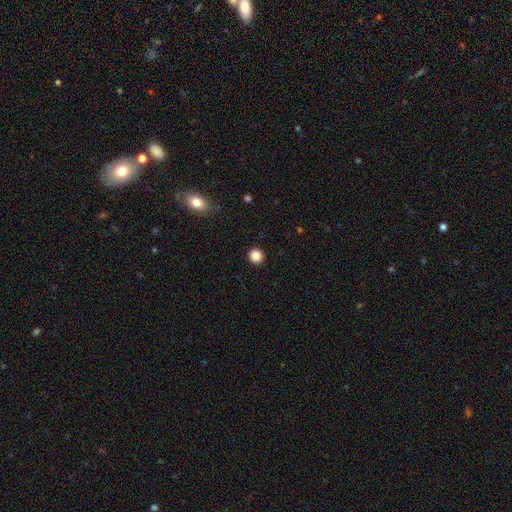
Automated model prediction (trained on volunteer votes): Smooth or featured? smooth (85%)
How rounded? round (94%)
Merging? none (93%)